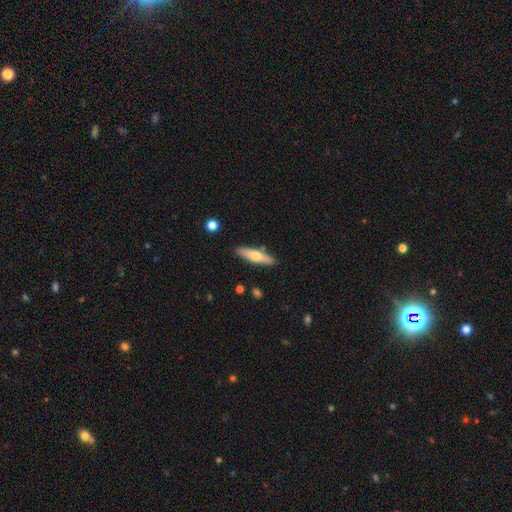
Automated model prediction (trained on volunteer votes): The model was most divided on "smooth or featured": smooth: 56%, featured or disk: 39%, star or artifact: 6%. More confident: merging — none (86%); how rounded — cigar-shaped (70%).